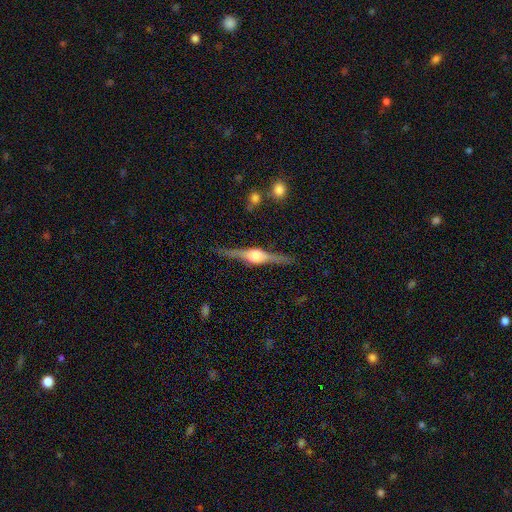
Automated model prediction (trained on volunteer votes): Morphology: type=featured or disk (86%); edge-on=yes (98%); edge-on bulge=rounded (89%); merging=none (88%).